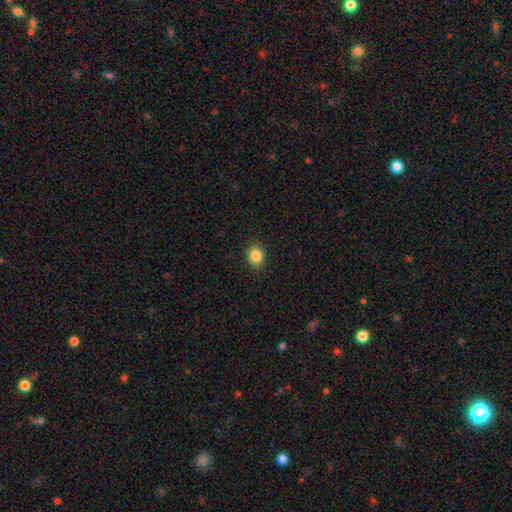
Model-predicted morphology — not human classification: smooth_or_featured: smooth (p=0.86) [alt: star or artifact p=0.10]
how_rounded: round (p=0.51) [alt: in between p=0.48]
merging: none (p=0.90) [alt: minor disturbance p=0.07]